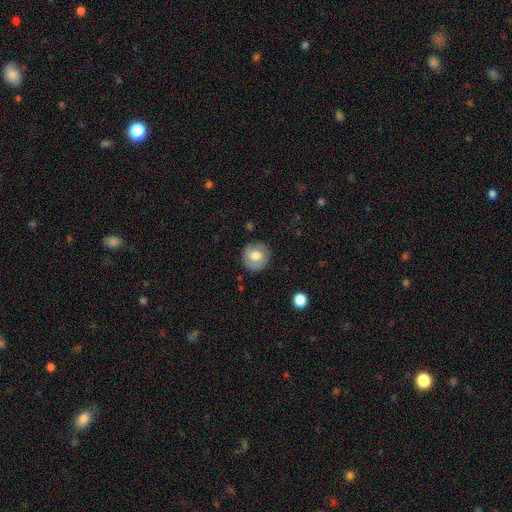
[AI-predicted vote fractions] This appears to be a smooth galaxy with no disk features (72%) that is round (92%). Merging: none (86%).